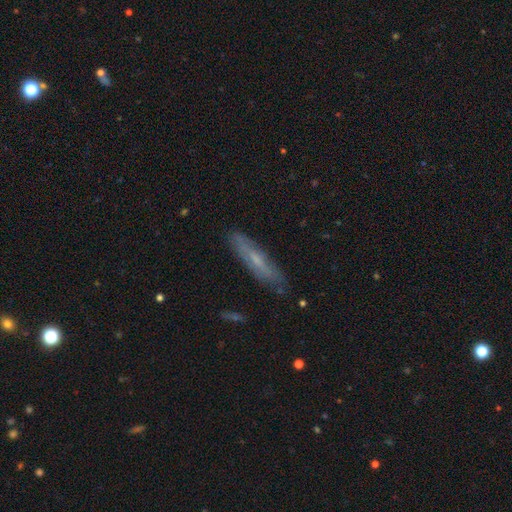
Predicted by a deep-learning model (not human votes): This is possibly a featured or disk galaxy (48%). Merging: clearly none (85%).